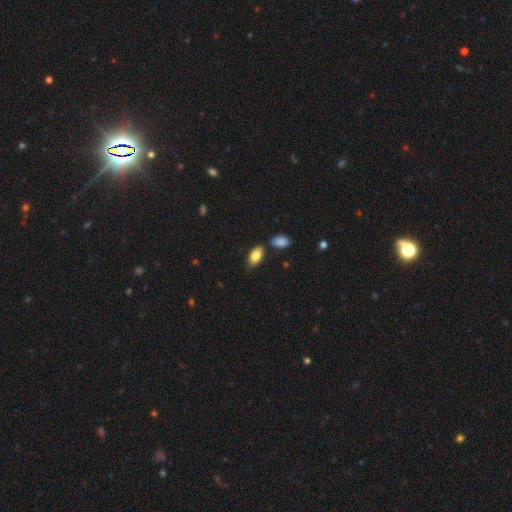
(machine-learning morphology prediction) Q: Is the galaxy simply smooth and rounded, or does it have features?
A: smooth — 85%.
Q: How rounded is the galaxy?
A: in between — 93%.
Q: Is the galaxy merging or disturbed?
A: none — 76%.